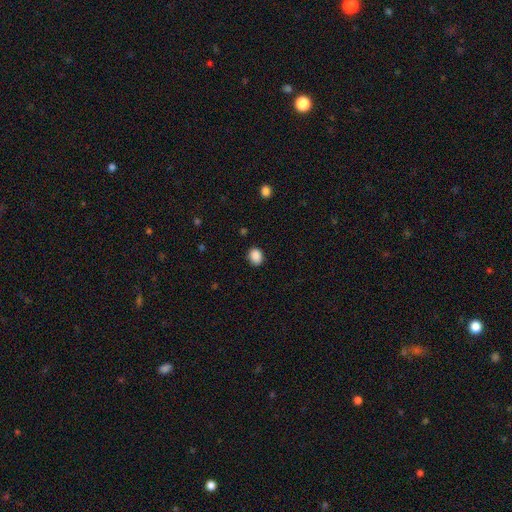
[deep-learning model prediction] The model was most divided on "how rounded": in between: 52%, round: 47%, cigar-shaped: 1%. More confident: smooth or featured — smooth (88%); merging — none (85%).